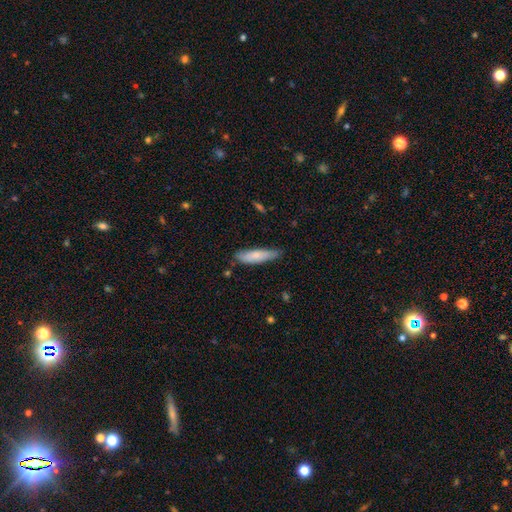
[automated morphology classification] Smooth or featured? smooth (75%)
How rounded? cigar-shaped (69%)
Merging? none (71%)